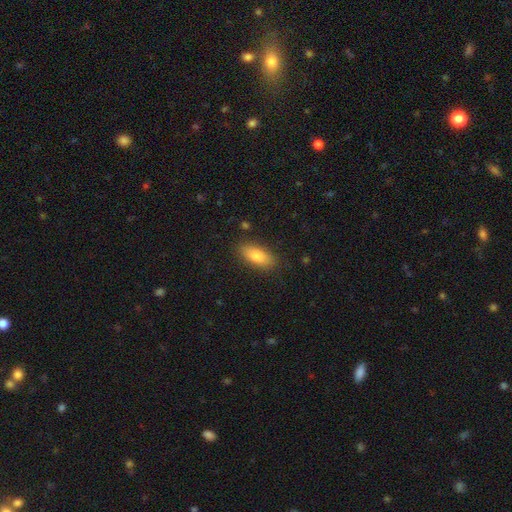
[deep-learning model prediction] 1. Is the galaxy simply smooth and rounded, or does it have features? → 80% smooth, 13% featured or disk, 7% star or artifact.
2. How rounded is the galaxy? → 81% in between, 16% cigar-shaped, 3% round.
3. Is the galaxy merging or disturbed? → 84% none, 11% minor disturbance, 3% major disturbance, 1% merger.